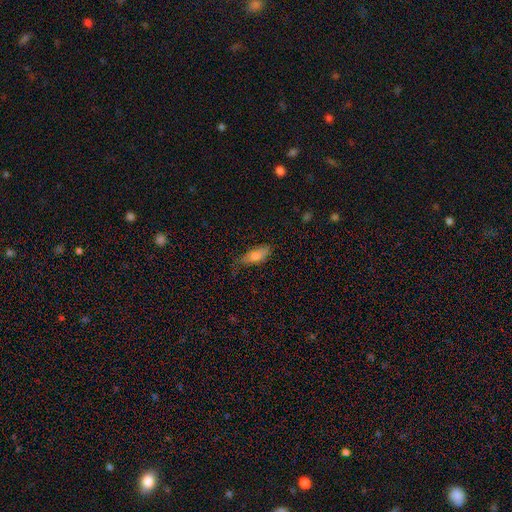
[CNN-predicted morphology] This is likely a smooth galaxy (69%). How rounded: likely in between (63%). Merging: likely none (71%).